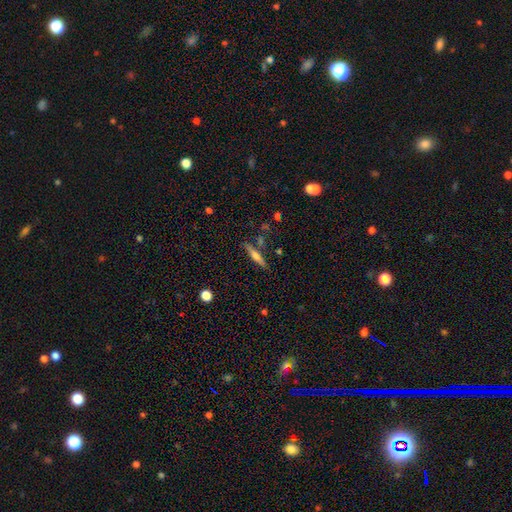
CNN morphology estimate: This is possibly a featured or disk galaxy (53%). It is clearly viewed edge-on (96%). Edge-on bulge: clearly rounded (80%). Merging: clearly none (82%).